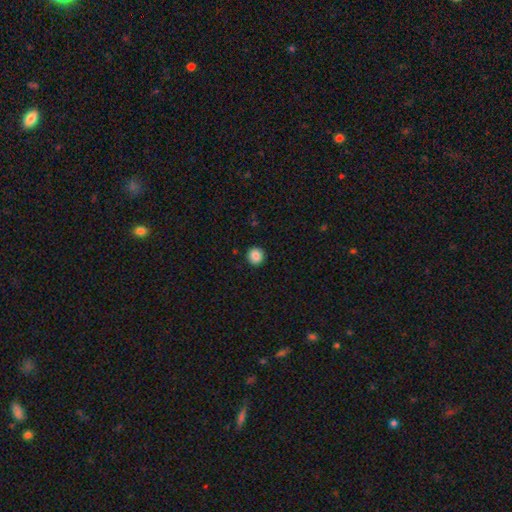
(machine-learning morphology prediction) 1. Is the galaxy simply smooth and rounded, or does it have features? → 87% smooth, 9% star or artifact, 4% featured or disk.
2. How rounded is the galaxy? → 95% round, 4% in between, 1% cigar-shaped.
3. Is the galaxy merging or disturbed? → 93% none, 4% minor disturbance, 2% major disturbance, 1% merger.